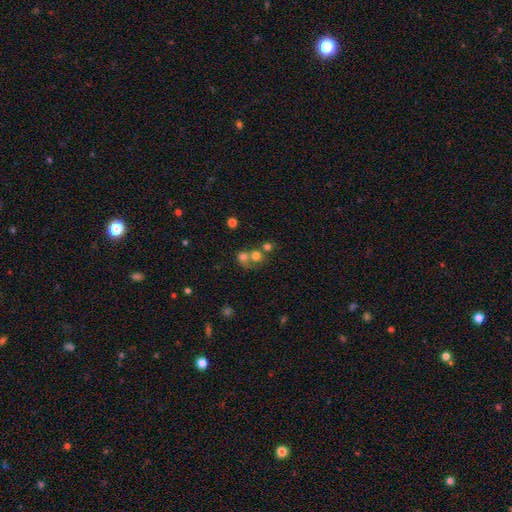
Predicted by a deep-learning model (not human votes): Morphology: type=smooth (68%); roundness=round (79%); merging=merger (57%).